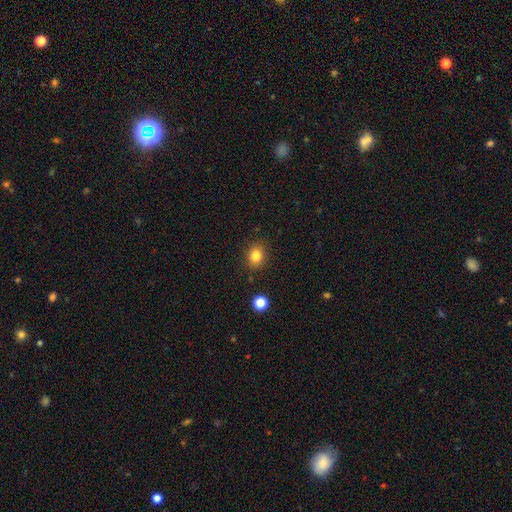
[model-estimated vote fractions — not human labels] Q: Smooth or featured?
A: smooth (82%); runner-up: star or artifact (12%)
Q: How rounded?
A: round (67%); runner-up: in between (32%)
Q: Merging?
A: none (87%); runner-up: minor disturbance (9%)